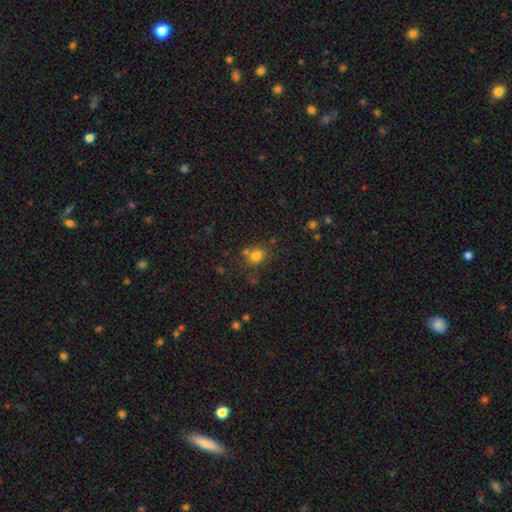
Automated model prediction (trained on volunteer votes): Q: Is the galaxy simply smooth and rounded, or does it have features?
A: smooth — 79%.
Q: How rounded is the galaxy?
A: round — 71%.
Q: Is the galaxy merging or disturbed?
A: none — 68%.